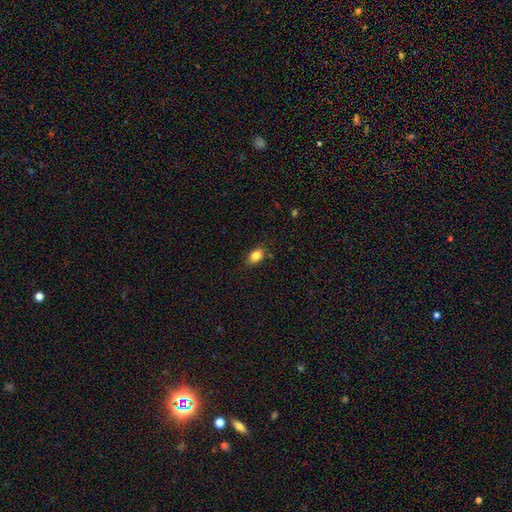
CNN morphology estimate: A smooth galaxy with no disk features (82%) that is in between round and cigar-shaped (82%).

Vote fractions:
- Smooth or featured? smooth: 82% / star or artifact: 9% / featured or disk: 9%
- How rounded? in between: 82% / round: 16% / cigar-shaped: 2%
- Merging? none: 83% / minor disturbance: 13% / major disturbance: 2% / merger: 1%